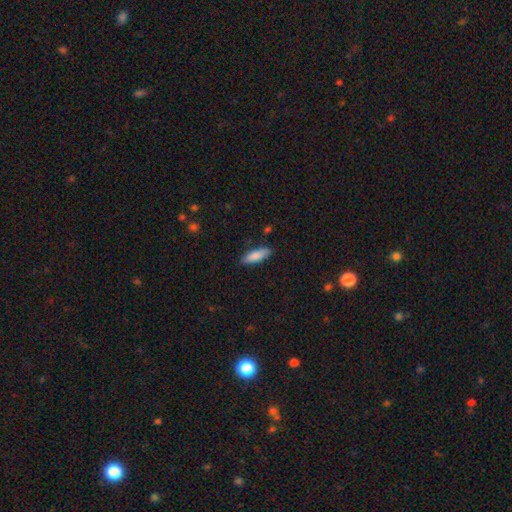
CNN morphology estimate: Smooth or featured: smooth — 85% (featured or disk — 9%)
How rounded: in between — 50% (cigar-shaped — 48%)
Merging: none — 84% (minor disturbance — 12%)